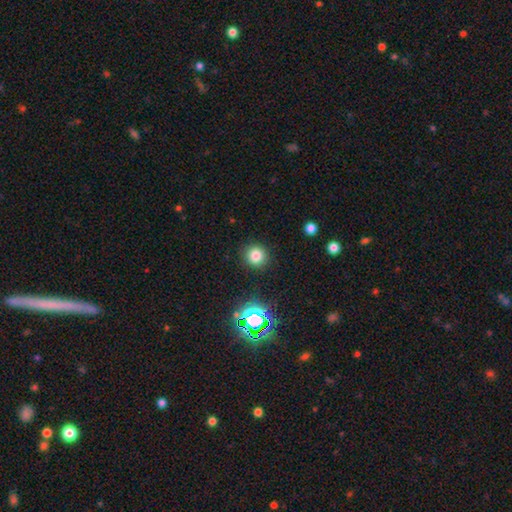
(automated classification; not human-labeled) Smooth or featured? smooth (77%)
How rounded? round (91%)
Merging? none (89%)